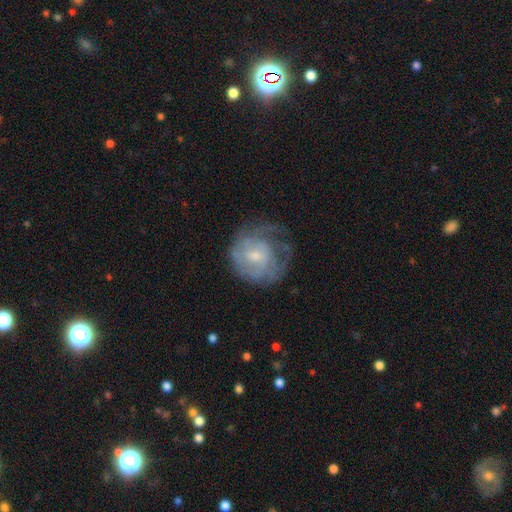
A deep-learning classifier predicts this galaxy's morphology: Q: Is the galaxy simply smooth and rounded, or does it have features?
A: featured or disk — 68%.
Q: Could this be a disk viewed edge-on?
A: no — 97%.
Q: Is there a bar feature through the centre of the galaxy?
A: no — 61%.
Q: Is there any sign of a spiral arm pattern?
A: yes — 80%.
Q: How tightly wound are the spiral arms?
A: tight — 54%.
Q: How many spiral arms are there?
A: can't tell — 50%.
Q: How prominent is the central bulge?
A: small — 51%.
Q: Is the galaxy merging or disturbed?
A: none — 53%.